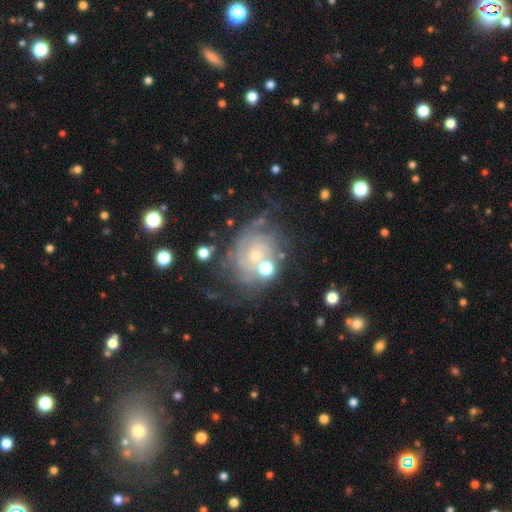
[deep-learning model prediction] A featured or disk galaxy (82%) with no bar (78%), tight (69%) spiral arms (94%) and a small central bulge (60%). Merging: none (59%).